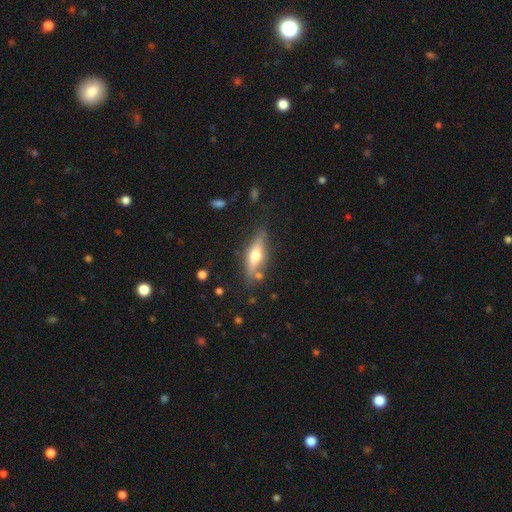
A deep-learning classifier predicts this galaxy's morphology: This appears to be a featured or disk galaxy (54%) viewed edge-on (90%). Merging: none (79%).